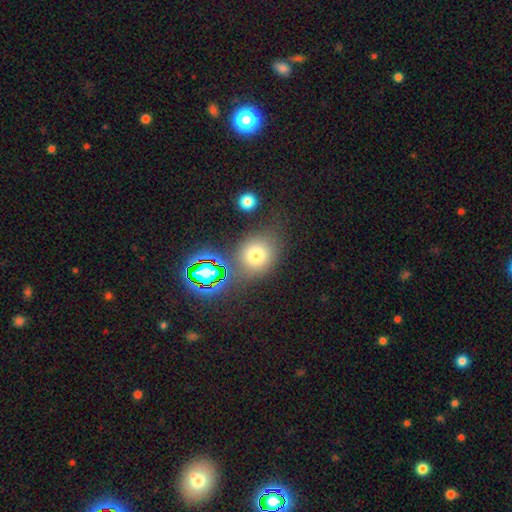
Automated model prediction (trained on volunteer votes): Morphology: type=smooth (69%); roundness=round (72%); merging=none (71%).